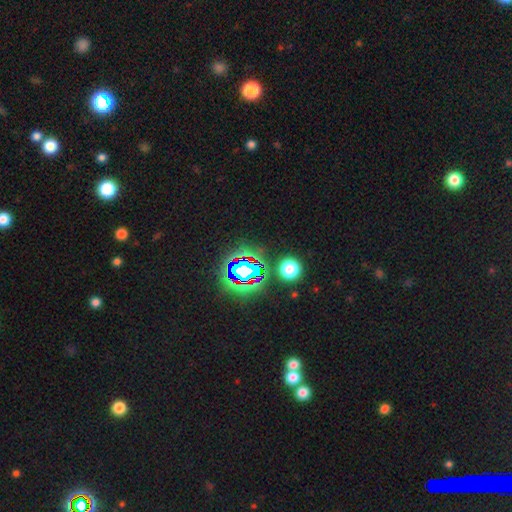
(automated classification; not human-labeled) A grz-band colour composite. It shows a star or artifact, not a galaxy (79%).